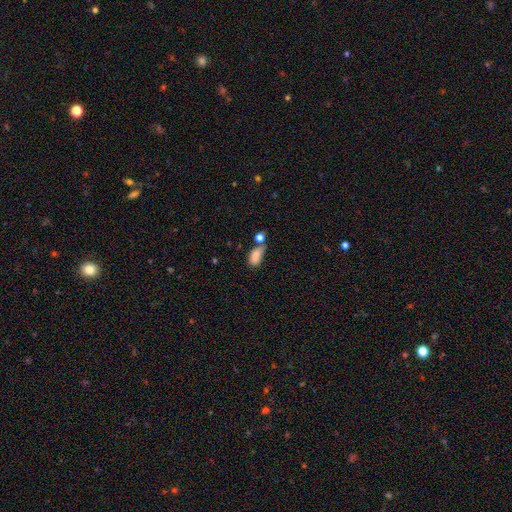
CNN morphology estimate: type=smooth (81%); roundness=in between (88%); merging=none (35%).